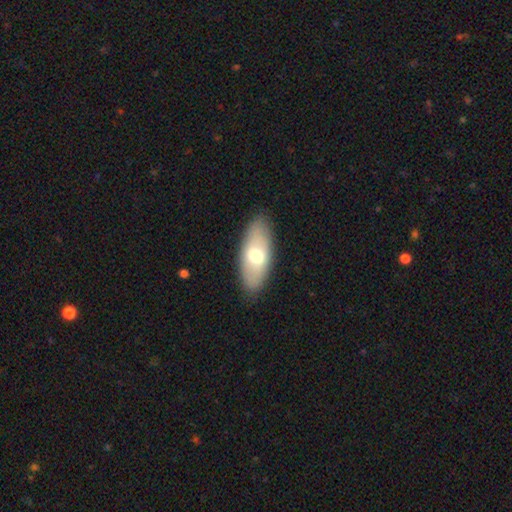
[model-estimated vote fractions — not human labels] smooth_or_featured: smooth (p=0.63) [alt: featured or disk p=0.31]
how_rounded: in between (p=0.86) [alt: cigar-shaped p=0.11]
merging: none (p=0.86) [alt: minor disturbance p=0.10]